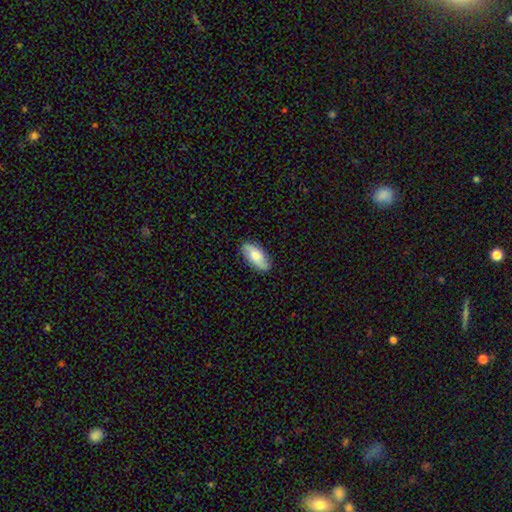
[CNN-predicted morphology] smooth 51%, featured or disk 42%, star or artifact 7%. Down the decision tree: how rounded — in between (88%); merging — none (85%).